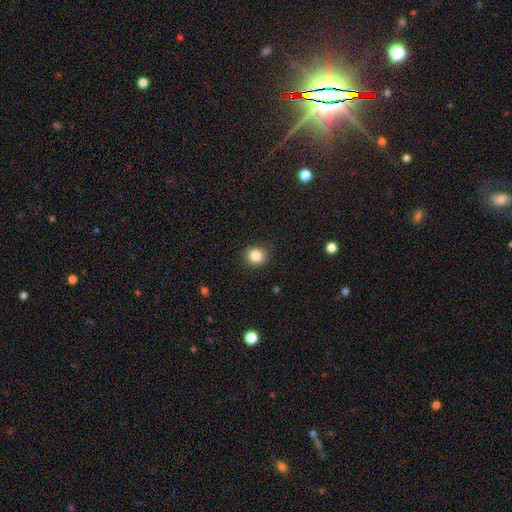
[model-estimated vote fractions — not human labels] A smooth galaxy with no disk features (85%) that is round (73%).

Vote fractions:
- Smooth or featured? smooth: 85% / star or artifact: 10% / featured or disk: 5%
- How rounded? round: 73% / in between: 26% / cigar-shaped: 1%
- Merging? none: 89% / minor disturbance: 8% / major disturbance: 2% / merger: 1%